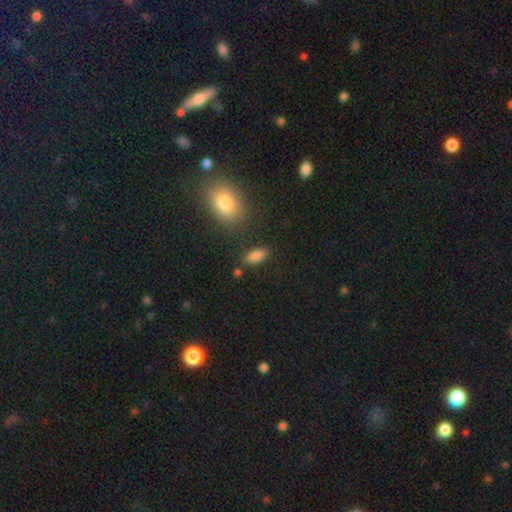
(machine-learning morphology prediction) This is clearly a smooth galaxy (85%). How rounded: clearly in between (84%). Merging: likely none (80%).